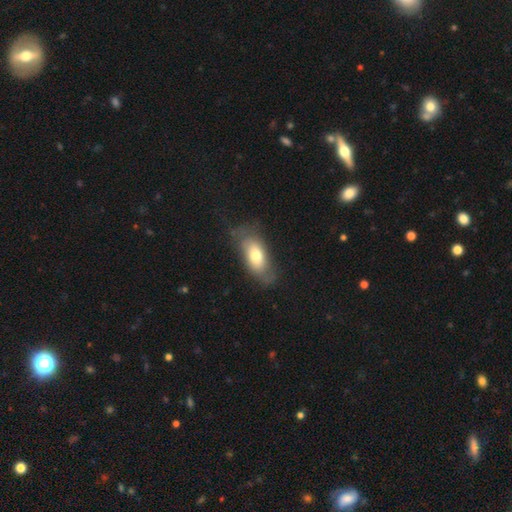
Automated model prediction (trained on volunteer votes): Smooth or featured? Predicted: smooth (p=0.67). How rounded? Predicted: in between (p=0.87). Merging? Predicted: none (p=0.60).